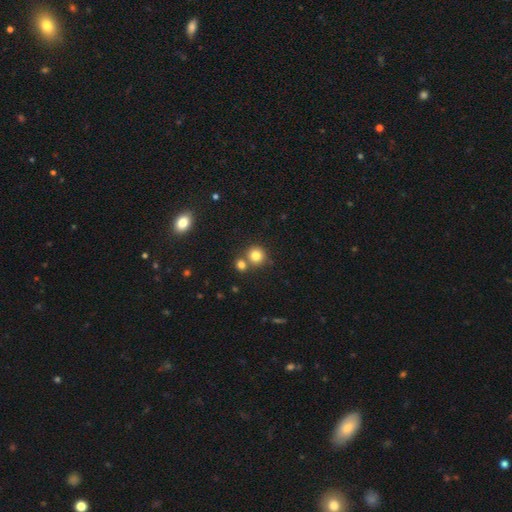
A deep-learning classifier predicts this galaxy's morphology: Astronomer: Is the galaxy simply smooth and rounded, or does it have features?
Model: smooth — 80%.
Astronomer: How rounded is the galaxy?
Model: round — 90%.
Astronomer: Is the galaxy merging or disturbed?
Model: none — 64%.